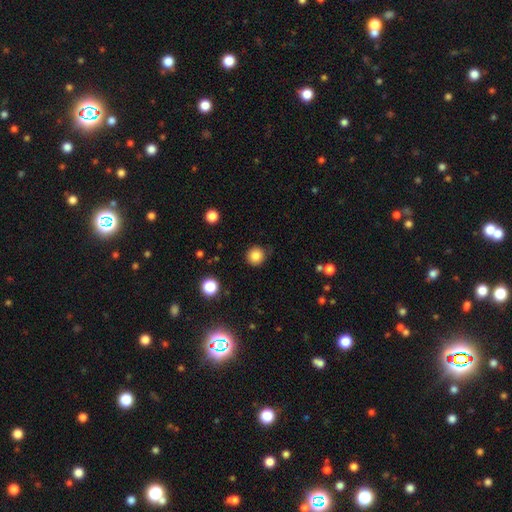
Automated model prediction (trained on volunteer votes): Overall: smooth (83%). How rounded: round (93%). Merging: none (86%).